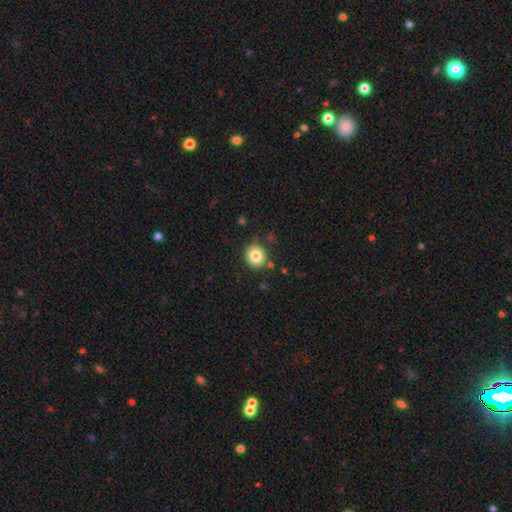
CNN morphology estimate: smooth_or_featured: smooth (p=0.81) [alt: star or artifact p=0.10]
how_rounded: round (p=0.87) [alt: in between p=0.12]
merging: none (p=0.83) [alt: minor disturbance p=0.10]